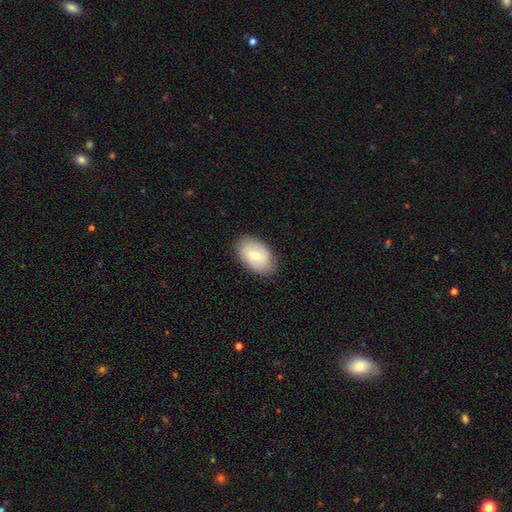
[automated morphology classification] Smooth or featured: smooth — 66% (featured or disk — 28%)
How rounded: in between — 89% (round — 9%)
Merging: none — 85% (minor disturbance — 11%)